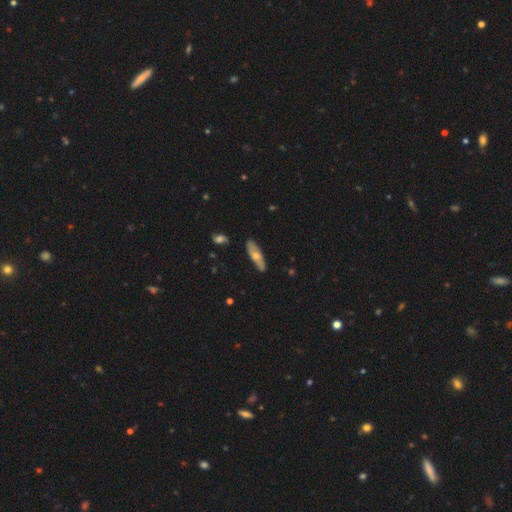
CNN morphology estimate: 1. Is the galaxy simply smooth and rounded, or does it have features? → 47% featured or disk, 46% smooth, 7% star or artifact.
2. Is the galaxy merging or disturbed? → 83% none, 13% minor disturbance, 2% major disturbance, 2% merger.